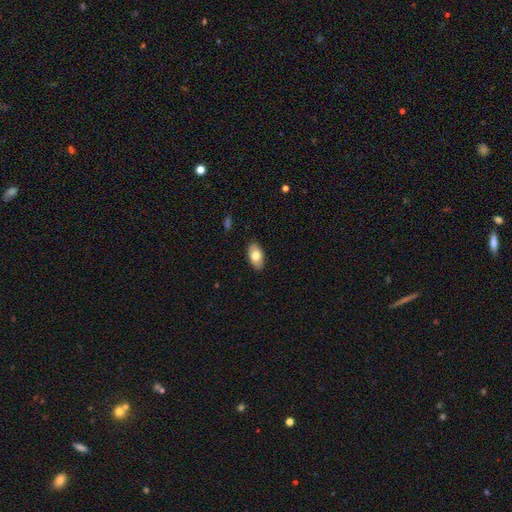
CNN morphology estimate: smooth_or_featured: smooth (p=0.75) [alt: featured or disk p=0.19]
how_rounded: in between (p=0.93) [alt: round p=0.04]
merging: none (p=0.88) [alt: minor disturbance p=0.09]